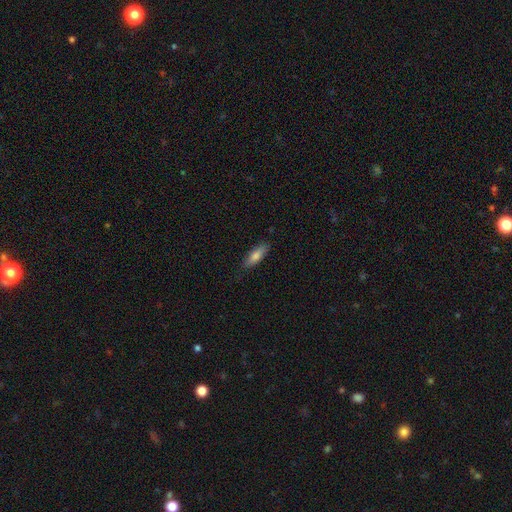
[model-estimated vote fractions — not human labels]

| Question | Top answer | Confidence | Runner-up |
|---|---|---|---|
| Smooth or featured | smooth | 77% | featured or disk (17%) |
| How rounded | in between | 49% | tied: cigar-shaped (49%) |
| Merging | none | 82% | minor disturbance (15%) |